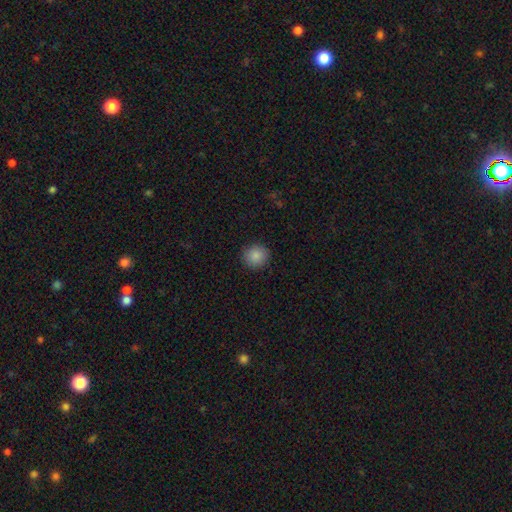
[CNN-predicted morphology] smooth-or-featured: smooth: 88% | star or artifact: 9% | featured or disk: 3%
  how-rounded: round: 92% | in between: 7% | cigar-shaped: 1%
  merging: none: 91% | minor disturbance: 6% | major disturbance: 2% | merger: 1%